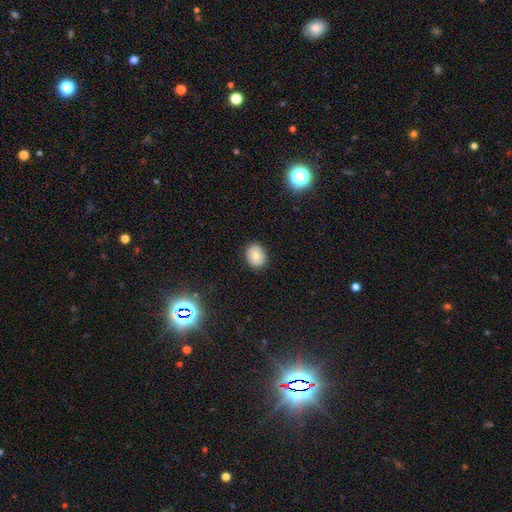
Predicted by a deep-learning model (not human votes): Smooth or featured? Predicted: smooth (p=0.78). How rounded? Predicted: round (p=0.55). Merging? Predicted: none (p=0.87).